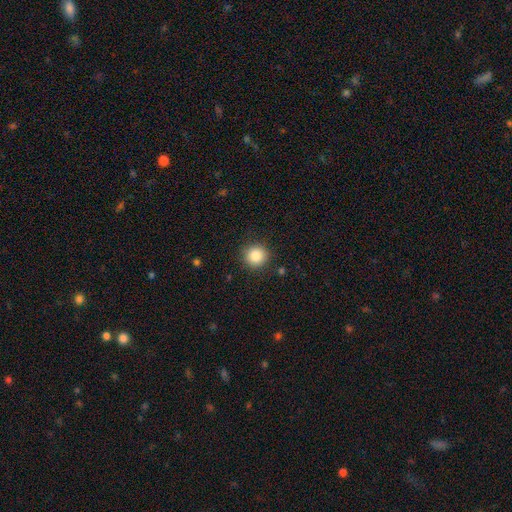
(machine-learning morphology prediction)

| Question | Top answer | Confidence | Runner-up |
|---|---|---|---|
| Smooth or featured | smooth | 85% | star or artifact (10%) |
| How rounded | round | 93% | in between (6%) |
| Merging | none | 90% | minor disturbance (7%) |